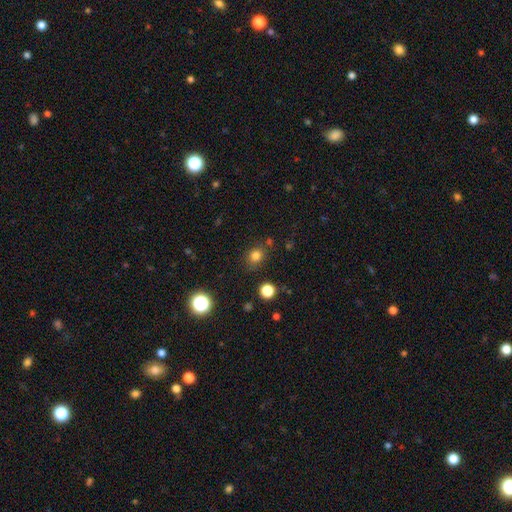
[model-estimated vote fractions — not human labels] Smooth or featured?
  - smooth: 79% *
  - star or artifact: 16%
  - featured or disk: 5%
How rounded?
  - round: 72% *
  - in between: 27%
  - cigar-shaped: 1%
Merging?
  - none: 79% *
  - minor disturbance: 13%
  - merger: 4%
  - major disturbance: 4%